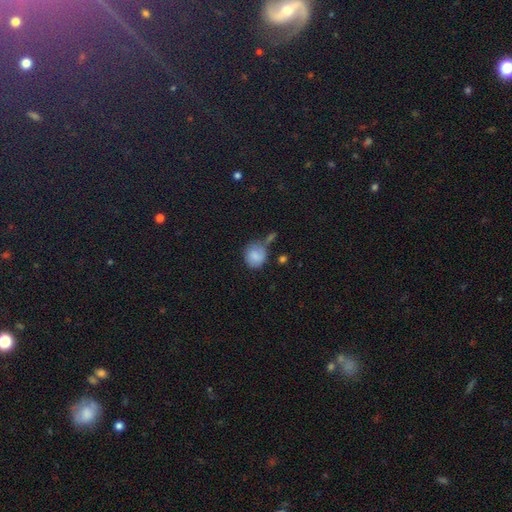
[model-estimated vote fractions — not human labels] Smooth or featured? Predicted: smooth (p=0.83). How rounded? Predicted: round (p=0.78). Merging? Predicted: none (p=0.52).